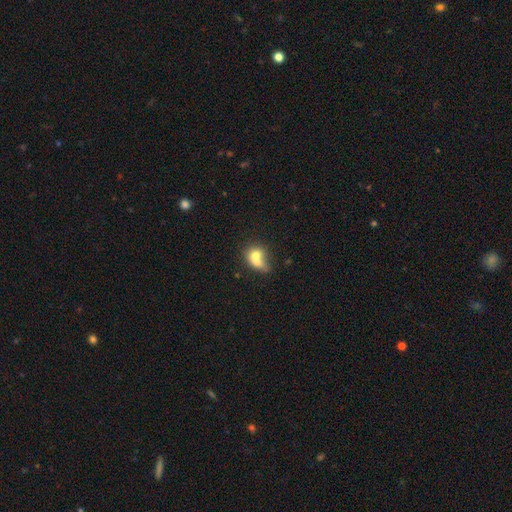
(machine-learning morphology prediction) Smooth or featured?
  - smooth: 68% *
  - featured or disk: 22%
  - star or artifact: 10%
How rounded?
  - round: 51% *
  - in between: 47%
  - cigar-shaped: 2%
Merging?
  - merger: 57% *
  - none: 22%
  - minor disturbance: 12%
  - major disturbance: 9%